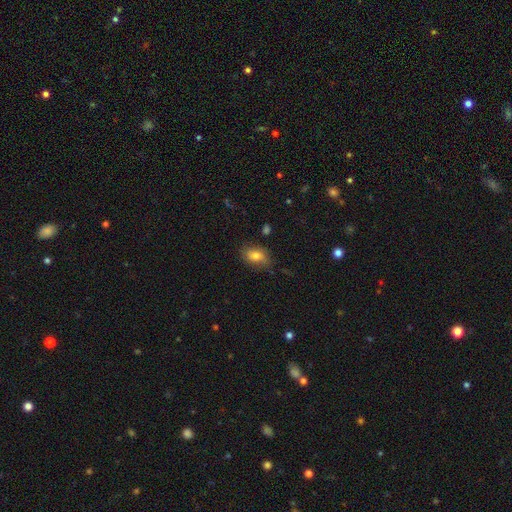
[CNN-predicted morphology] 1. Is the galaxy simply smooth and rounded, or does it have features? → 77% smooth, 13% featured or disk, 10% star or artifact.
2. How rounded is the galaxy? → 82% in between, 16% round, 2% cigar-shaped.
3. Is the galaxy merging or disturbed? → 73% none, 20% minor disturbance, 4% major disturbance, 2% merger.